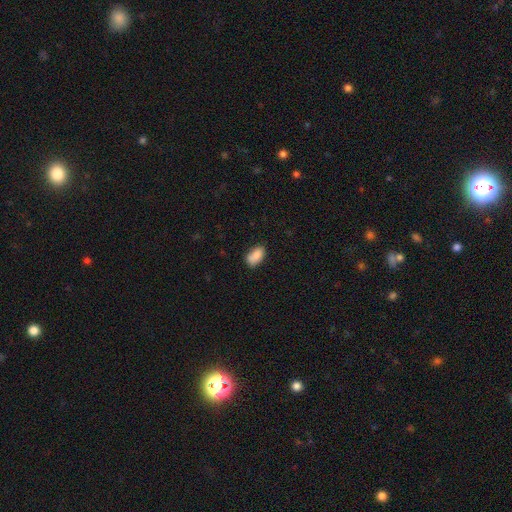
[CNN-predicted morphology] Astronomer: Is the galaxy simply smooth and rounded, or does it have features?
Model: smooth — 85%.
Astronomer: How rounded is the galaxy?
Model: in between — 92%.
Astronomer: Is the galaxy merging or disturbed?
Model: none — 66%.